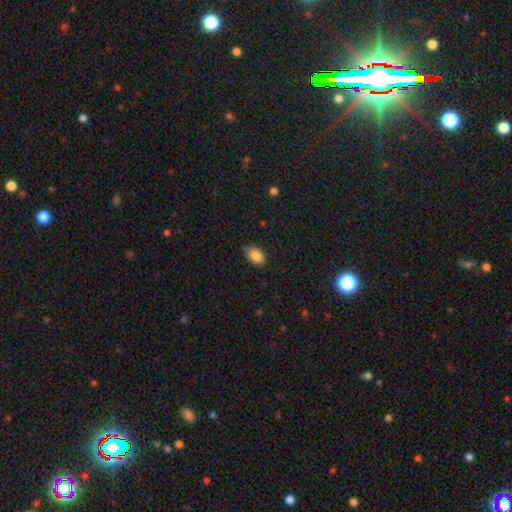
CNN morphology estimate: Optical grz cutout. It shows a smooth galaxy with no disk features (85%) that is in between round and cigar-shaped (88%). Merging: none (72%).